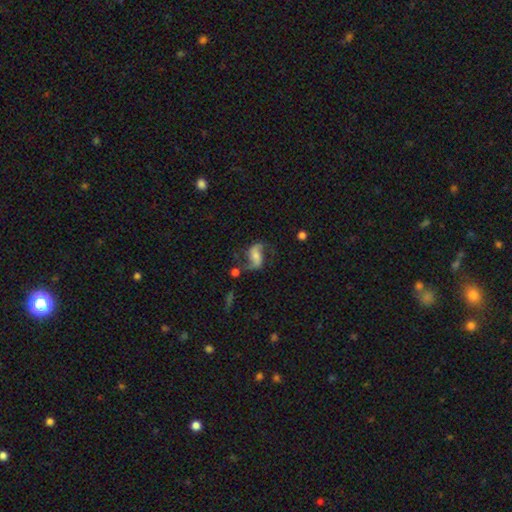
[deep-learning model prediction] smooth-or-featured: featured or disk: 79% | smooth: 14% | star or artifact: 7%
  disk-edge-on: no: 97% | yes: 3%
    bar: no: 40% | weak: 36% | strong: 24%
    has-spiral-arms: yes: 94% | no: 6%
      spiral-winding: loose: 68% | medium: 26% | tight: 6%
      spiral-arm-count: 2: 91% | 1: 3% | can't tell: 2% | 3: 1% | 4: 1% | more than 4: 1%
    bulge-size: small: 42% | moderate: 38% | none: 11% | large: 7% | dominant: 2%
  merging: none: 59% | minor disturbance: 17% | major disturbance: 14% | merger: 9%